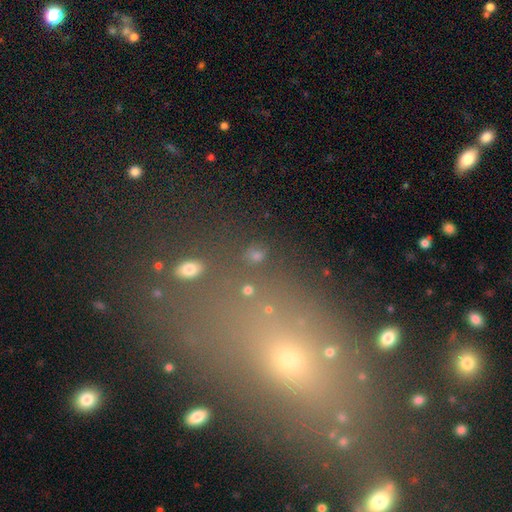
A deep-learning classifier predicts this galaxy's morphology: A smooth galaxy with no disk features (62%) that is round (58%). Merging: none (74%).